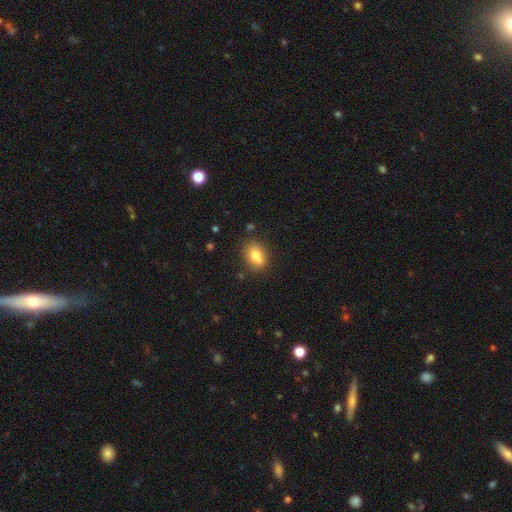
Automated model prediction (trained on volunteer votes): A smooth galaxy with no disk features (82%) that is in between round and cigar-shaped (76%).

Vote fractions:
- Smooth or featured? smooth: 82% / featured or disk: 10% / star or artifact: 9%
- How rounded? in between: 76% / round: 22% / cigar-shaped: 2%
- Merging? none: 79% / minor disturbance: 14% / merger: 4% / major disturbance: 3%